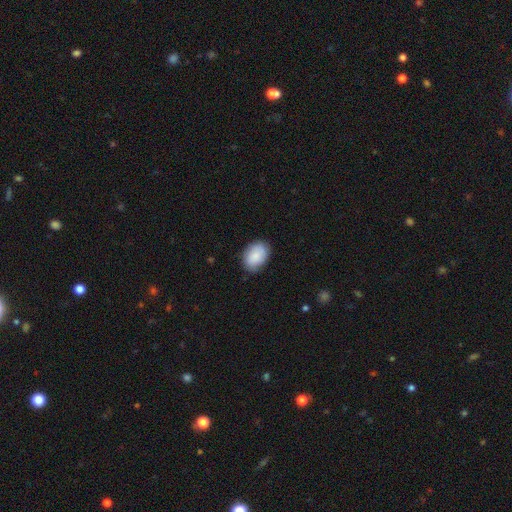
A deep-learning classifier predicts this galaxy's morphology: Smooth or featured? Predicted: smooth (p=0.84). How rounded? Predicted: in between (p=0.79). Merging? Predicted: none (p=0.81).